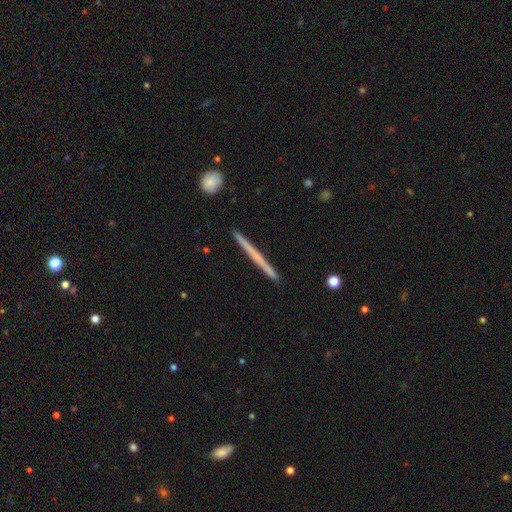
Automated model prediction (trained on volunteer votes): Morphology: type=featured or disk (47%, tied with smooth); merging=none (92%).